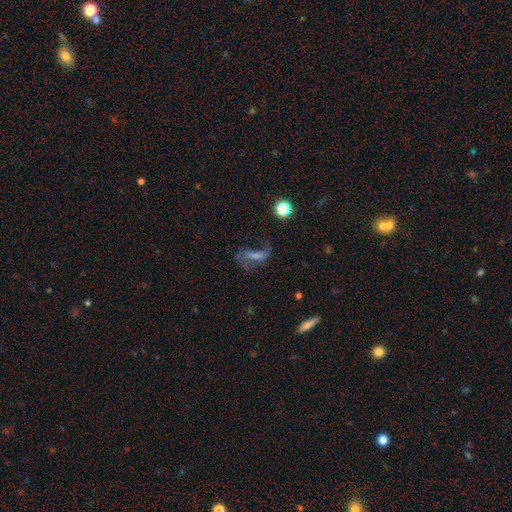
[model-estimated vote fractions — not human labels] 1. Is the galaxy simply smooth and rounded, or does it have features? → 53% featured or disk, 29% smooth, 18% star or artifact.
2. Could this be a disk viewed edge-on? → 89% no, 11% yes.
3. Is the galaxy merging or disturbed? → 43% none, 33% major disturbance, 18% minor disturbance, 6% merger.